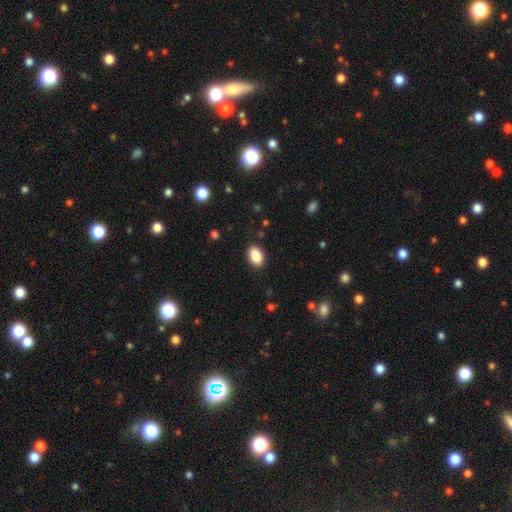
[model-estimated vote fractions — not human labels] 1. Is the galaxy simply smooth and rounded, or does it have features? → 87% smooth, 8% star or artifact, 5% featured or disk.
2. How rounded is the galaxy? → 85% in between, 13% round, 1% cigar-shaped.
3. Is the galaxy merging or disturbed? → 89% none, 8% minor disturbance, 2% major disturbance, 1% merger.